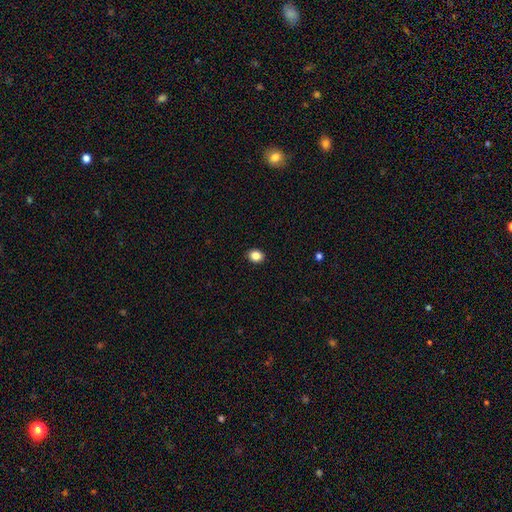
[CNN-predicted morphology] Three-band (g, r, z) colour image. It shows a smooth galaxy with no disk features (86%) that is round (54%). Merging: none (91%).